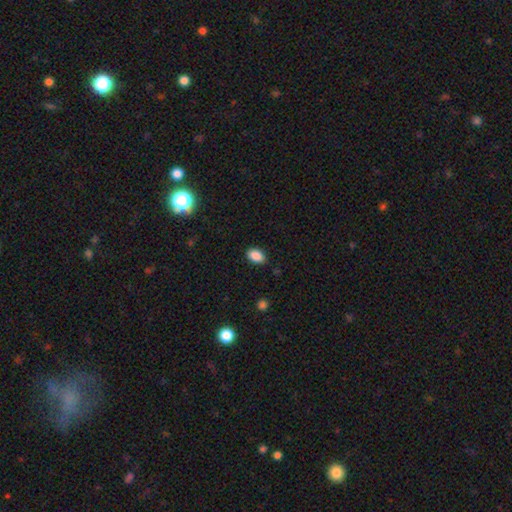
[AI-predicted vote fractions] smooth 88%, star or artifact 8%, featured or disk 4%. Down the decision tree: how rounded — in between (88%); merging — none (86%).